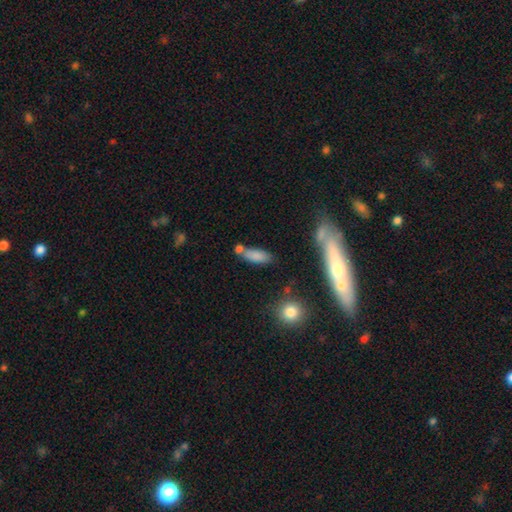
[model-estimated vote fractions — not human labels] Smooth or featured: smooth — 81% (star or artifact — 9%)
How rounded: in between — 70% (cigar-shaped — 27%)
Merging: none — 56% (merger — 23%)